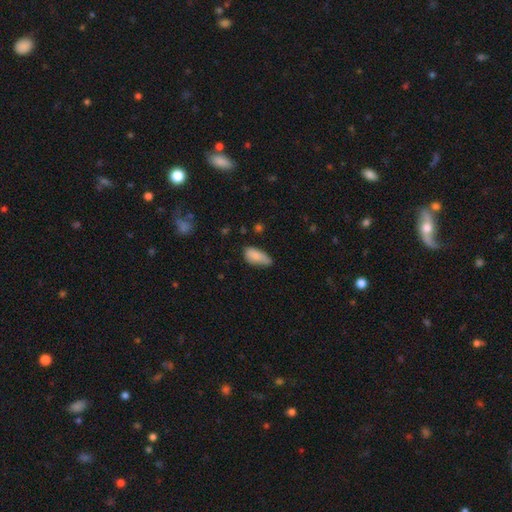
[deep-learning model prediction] Smooth or featured? Predicted: smooth (p=0.83). How rounded? Predicted: in between (p=0.88). Merging? Predicted: none (p=0.43).